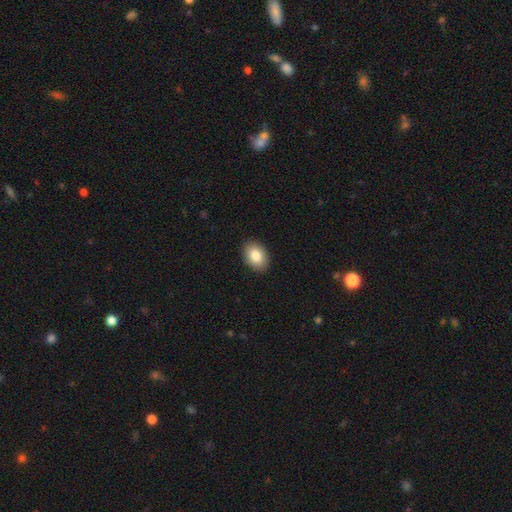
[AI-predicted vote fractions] Smooth or featured: smooth — 84% (featured or disk — 9%)
How rounded: in between — 79% (round — 20%)
Merging: none — 90% (minor disturbance — 7%)